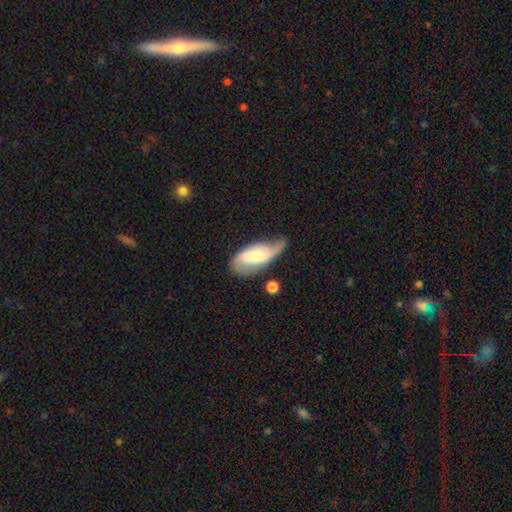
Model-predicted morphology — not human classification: Overall: featured or disk (54%; smooth 40%). Edge-on disk: no (91%). Merging: minor disturbance (38%; none 34%).